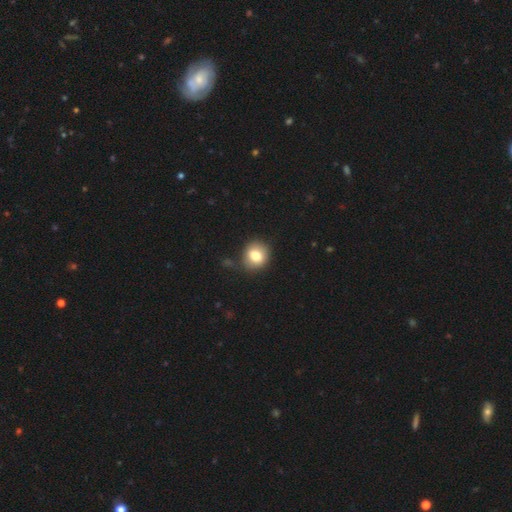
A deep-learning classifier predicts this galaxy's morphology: smooth 79%, featured or disk 12%, star or artifact 10%. Down the decision tree: how rounded — round (78%); merging — none (83%).